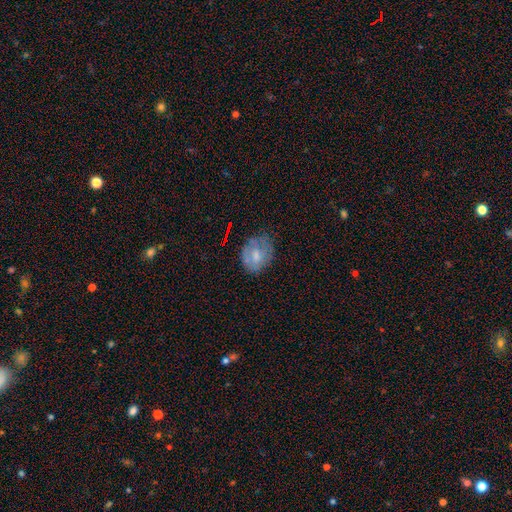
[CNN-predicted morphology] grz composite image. It shows a smooth galaxy with no disk features (57%) that is in between round and cigar-shaped (55%). Merging: none (57%).